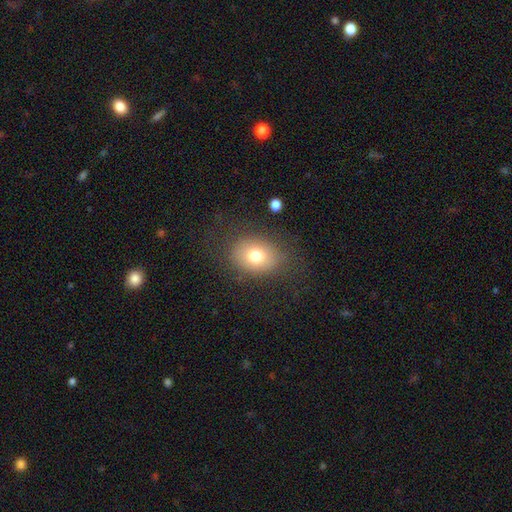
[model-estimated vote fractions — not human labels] Overall: smooth (75%). How rounded: in between (57%; round 42%). Merging: none (77%).